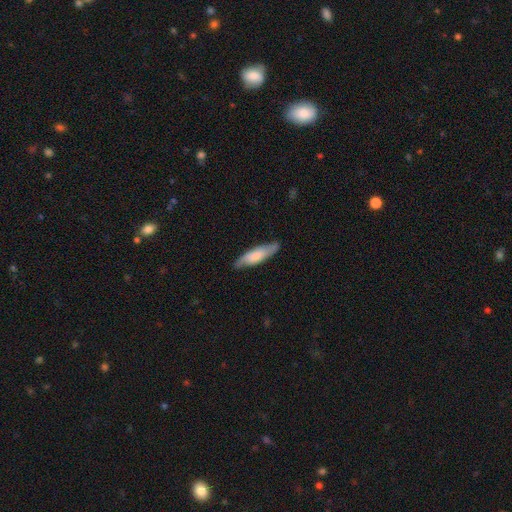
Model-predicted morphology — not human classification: A smooth galaxy with no disk features (66%) that is cigar-shaped (63%).

Vote fractions:
- Smooth or featured? smooth: 66% / featured or disk: 29% / star or artifact: 5%
- How rounded? cigar-shaped: 63% / in between: 36% / round: 2%
- Merging? none: 81% / minor disturbance: 15% / major disturbance: 2% / merger: 1%